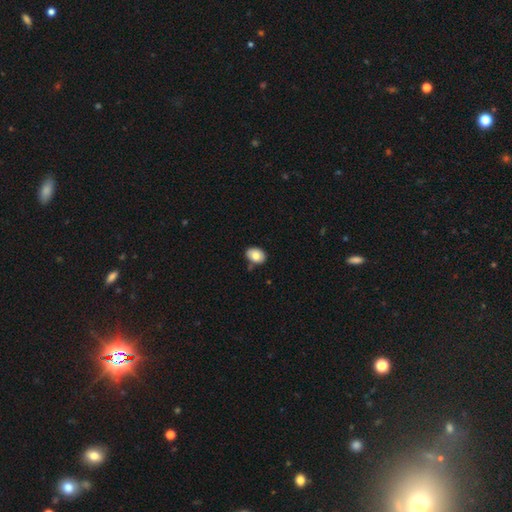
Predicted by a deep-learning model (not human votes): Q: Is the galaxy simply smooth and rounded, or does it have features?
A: smooth — 78%.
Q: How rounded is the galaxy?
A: in between — 75%.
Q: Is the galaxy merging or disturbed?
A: none — 77%.